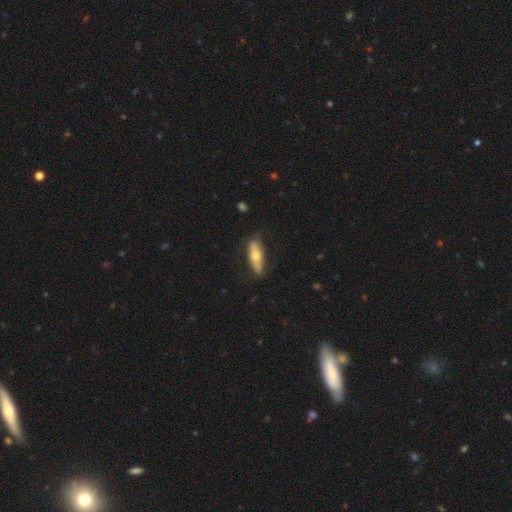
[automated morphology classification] A smooth galaxy with no disk features (59%) that is cigar-shaped (54%). Merging: none (79%).